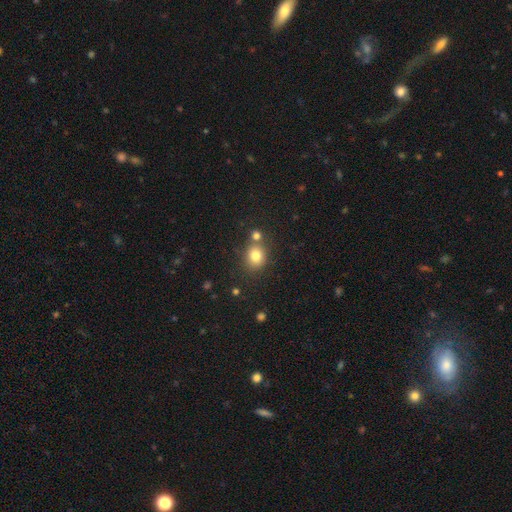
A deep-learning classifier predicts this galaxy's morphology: smooth-or-featured: smooth: 79% | star or artifact: 12% | featured or disk: 9%
  how-rounded: round: 68% | in between: 31% | cigar-shaped: 1%
  merging: none: 65% | merger: 21% | minor disturbance: 11% | major disturbance: 3%